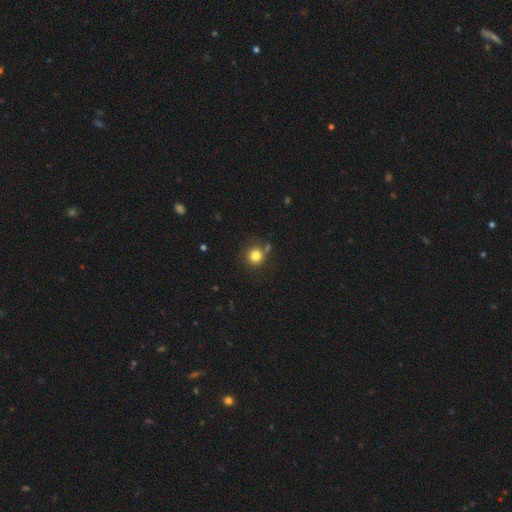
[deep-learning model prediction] This appears to be a smooth galaxy with no disk features (81%) that is round (92%). Merging: none (77%).